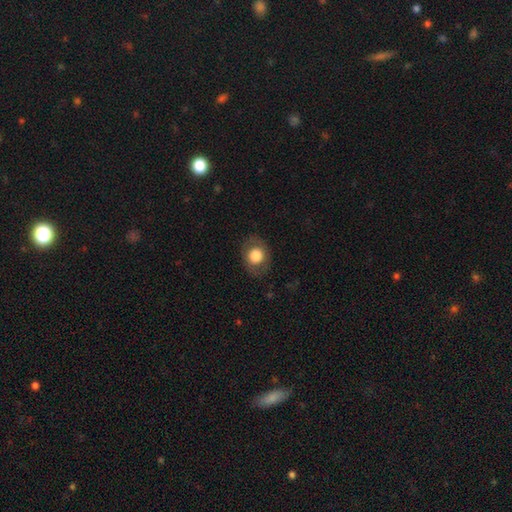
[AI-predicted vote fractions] smooth 74%, featured or disk 18%, star or artifact 7%. Down the decision tree: how rounded — round (52%); merging — none (82%).